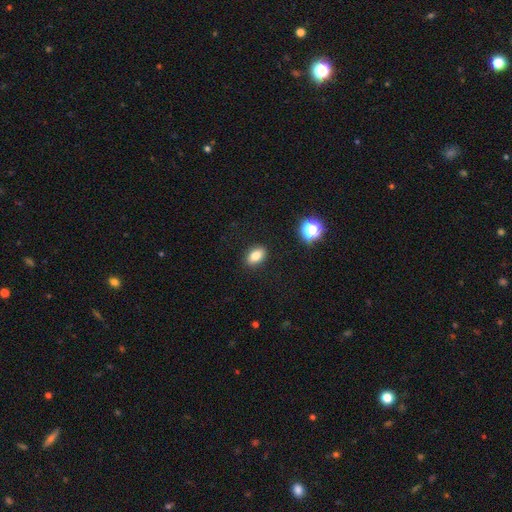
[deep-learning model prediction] smooth_or_featured: smooth (p=0.81) [alt: star or artifact p=0.11]
how_rounded: in between (p=0.84) [alt: round p=0.14]
merging: none (p=0.89) [alt: minor disturbance p=0.07]